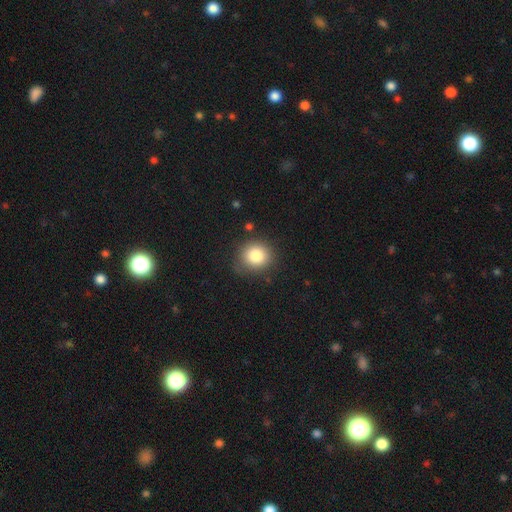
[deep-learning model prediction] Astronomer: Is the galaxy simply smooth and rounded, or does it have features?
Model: smooth — 82%.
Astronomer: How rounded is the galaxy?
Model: round — 85%.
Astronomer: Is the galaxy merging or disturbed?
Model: none — 81%.